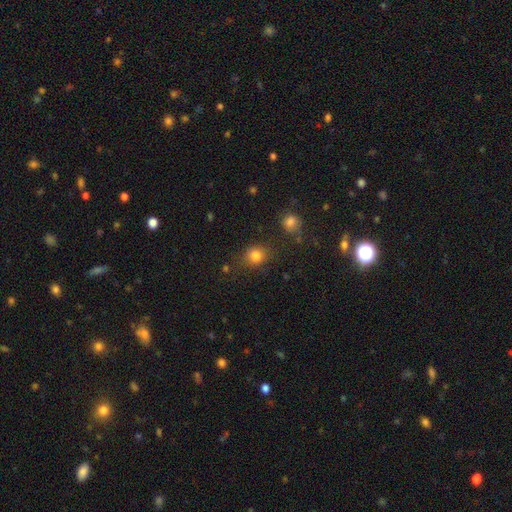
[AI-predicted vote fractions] The model was most divided on "how rounded": round: 79%, in between: 20%, cigar-shaped: 1%. More confident: smooth or featured — smooth (82%); merging — none (78%).